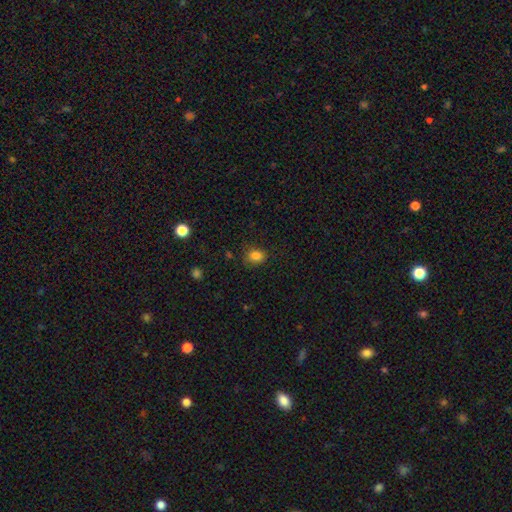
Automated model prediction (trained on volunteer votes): A smooth galaxy with no disk features (83%) that is round (52%).

Vote fractions:
- Smooth or featured? smooth: 83% / star or artifact: 12% / featured or disk: 5%
- How rounded? round: 52% / in between: 47% / cigar-shaped: 1%
- Merging? none: 80% / minor disturbance: 15% / major disturbance: 4% / merger: 1%